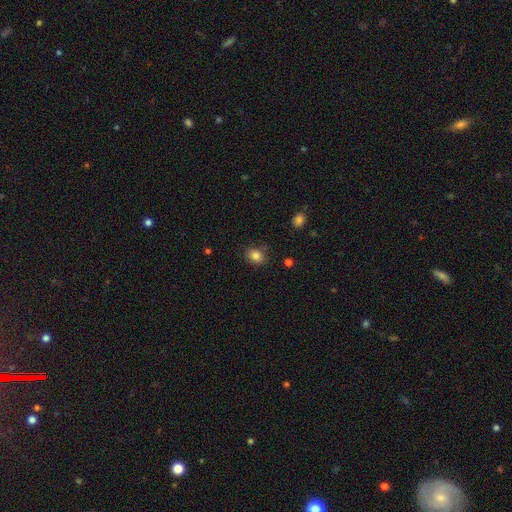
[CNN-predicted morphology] Smooth or featured?
  - smooth: 83% *
  - star or artifact: 11%
  - featured or disk: 6%
How rounded?
  - in between: 54% *
  - round: 45%
  - cigar-shaped: 1%
Merging?
  - none: 82% *
  - minor disturbance: 13%
  - major disturbance: 3%
  - merger: 2%